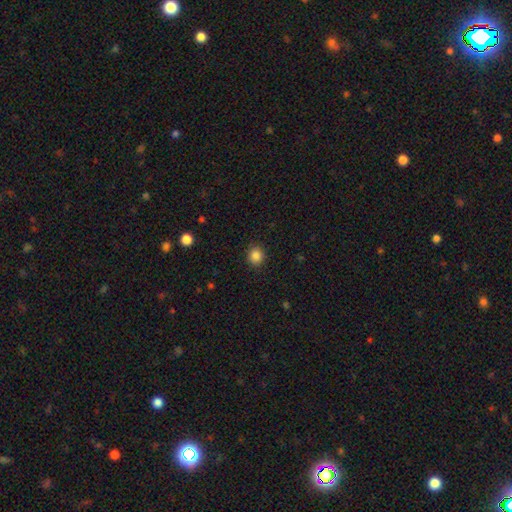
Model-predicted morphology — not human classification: smooth_or_featured: smooth (p=0.86) [alt: star or artifact p=0.11]
how_rounded: round (p=0.86) [alt: in between p=0.13]
merging: none (p=0.91) [alt: minor disturbance p=0.06]